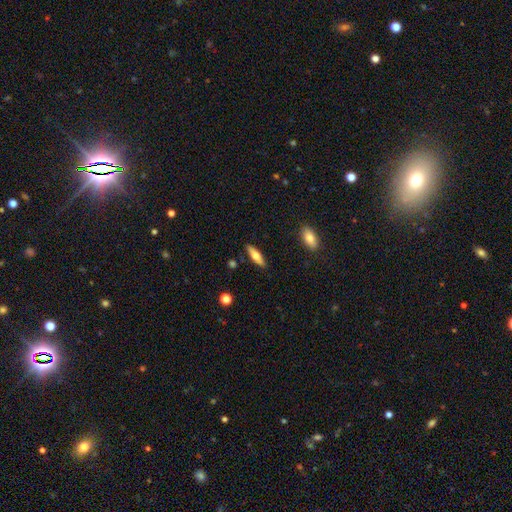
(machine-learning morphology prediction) Smooth or featured? smooth (57%)
How rounded? cigar-shaped (54%)
Merging? none (87%)